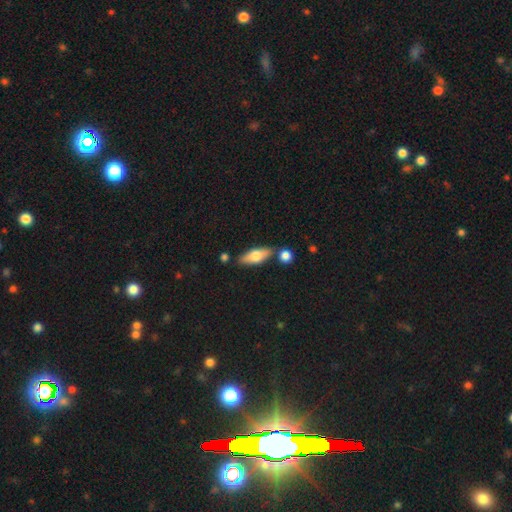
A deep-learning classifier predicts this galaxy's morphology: type=smooth (61%); roundness=in between (65%); merging=none (75%).